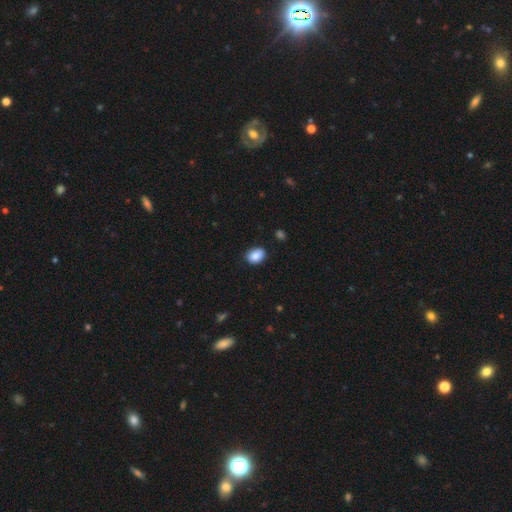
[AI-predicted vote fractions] Smooth or featured: smooth — 87% (star or artifact — 8%)
How rounded: in between — 66% (round — 33%)
Merging: none — 82% (minor disturbance — 14%)